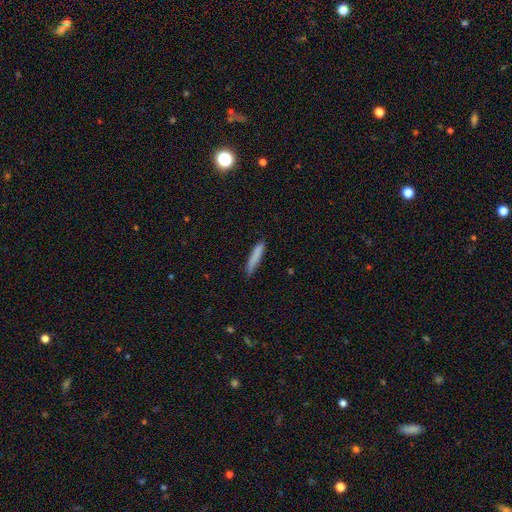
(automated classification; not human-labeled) The model was most divided on "merging": none: 82%, minor disturbance: 15%, major disturbance: 2%, merger: 1%. More confident: how rounded — cigar-shaped (91%); smooth or featured — smooth (81%).